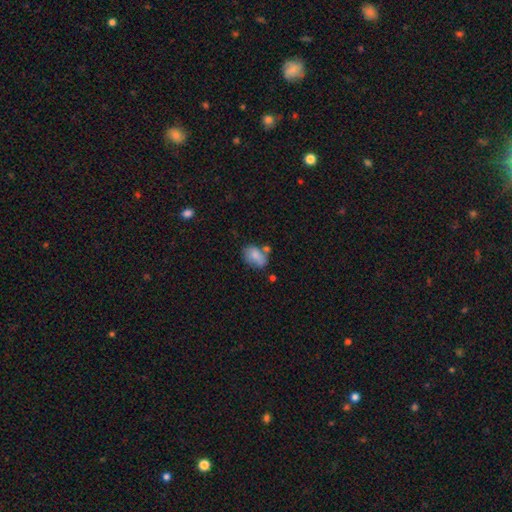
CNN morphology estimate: The model was most divided on "merging": none: 50%, minor disturbance: 24%, merger: 18%, major disturbance: 8%. More confident: how rounded — in between (84%); smooth or featured — smooth (78%).